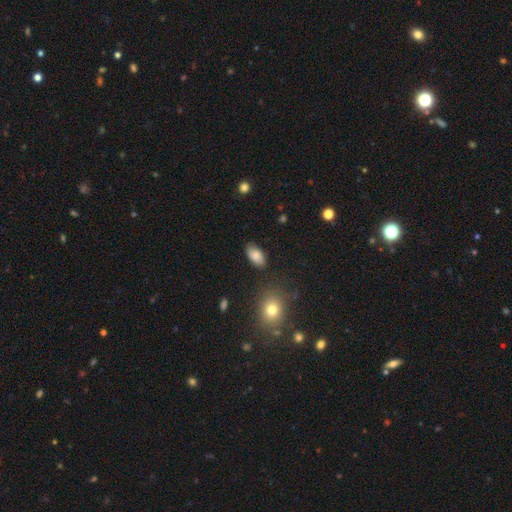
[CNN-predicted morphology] This is clearly a smooth galaxy (82%). How rounded: clearly in between (94%). Merging: clearly none (81%).